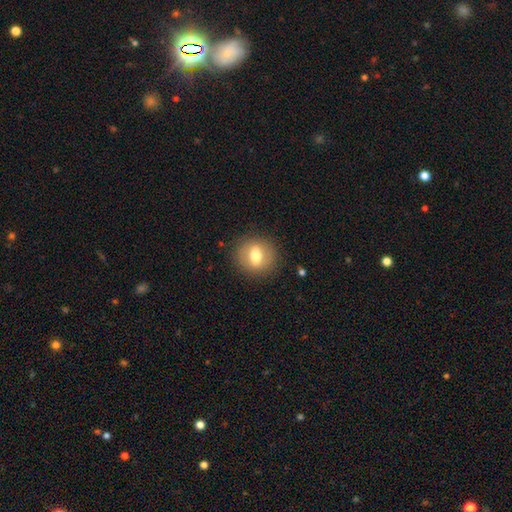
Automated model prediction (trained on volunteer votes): This appears to be a smooth galaxy with no disk features (63%) that is round (74%). Merging: none (86%).